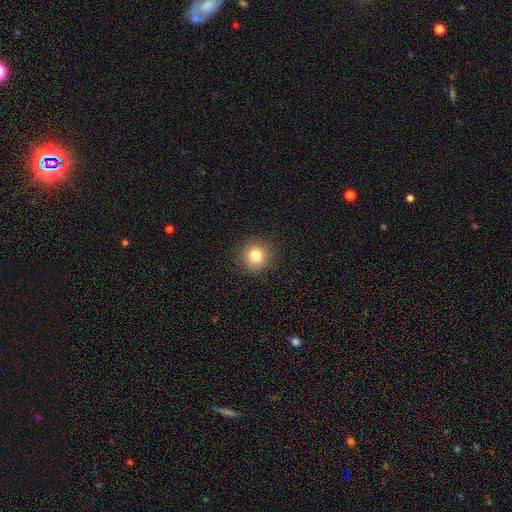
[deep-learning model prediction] smooth-or-featured: smooth: 81% | star or artifact: 12% | featured or disk: 7%
  how-rounded: round: 91% | in between: 8% | cigar-shaped: 1%
  merging: none: 91% | minor disturbance: 6% | major disturbance: 2% | merger: 1%